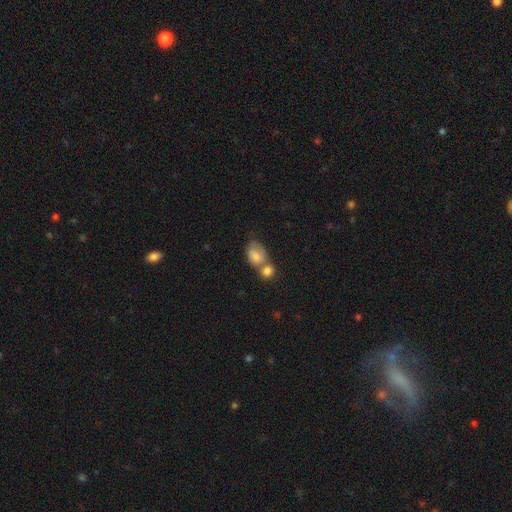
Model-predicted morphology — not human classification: This appears to be a smooth galaxy with no disk features (79%) that is in between round and cigar-shaped (74%). Merging: merger (59%).